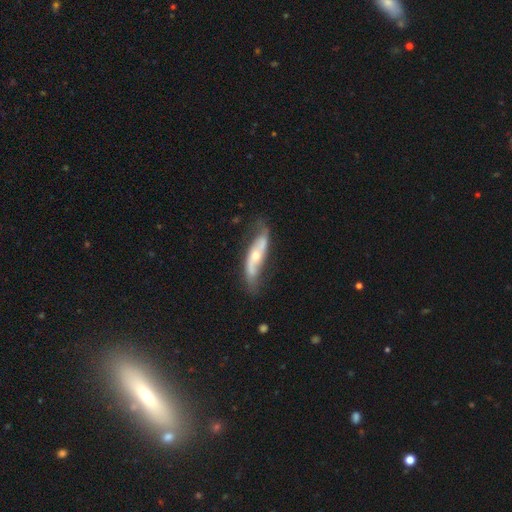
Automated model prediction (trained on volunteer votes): Smooth or featured? Predicted: featured or disk (p=0.73). Edge-on disk? Predicted: no (p=0.75). Bar? Predicted: no (p=0.61). Spiral arms? Predicted: yes (p=0.84). Bulge size? Predicted: moderate (p=0.51). Merging? Predicted: none (p=0.62).